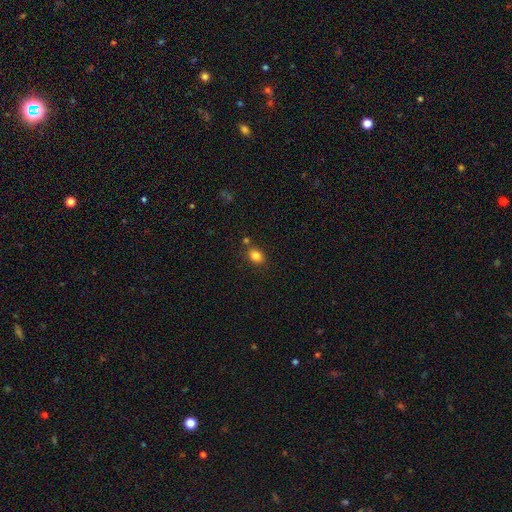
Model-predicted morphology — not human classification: This is clearly a smooth galaxy (84%). How rounded: likely in between (69%). Merging: likely none (76%).